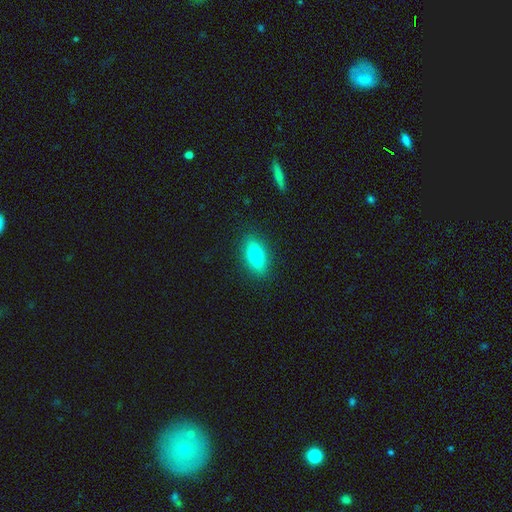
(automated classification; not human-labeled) Q: Smooth or featured?
A: smooth (70%); runner-up: featured or disk (23%)
Q: How rounded?
A: in between (72%); runner-up: cigar-shaped (23%)
Q: Merging?
A: none (89%); runner-up: minor disturbance (8%)